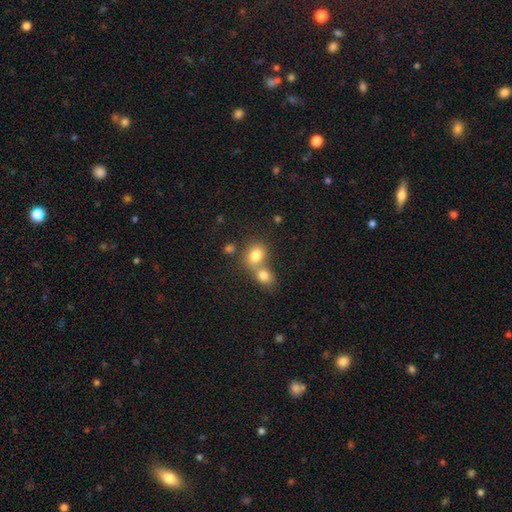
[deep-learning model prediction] Smooth or featured: smooth — 79% (star or artifact — 10%)
How rounded: round — 50% (in between — 48%)
Merging: merger — 55% (none — 34%)